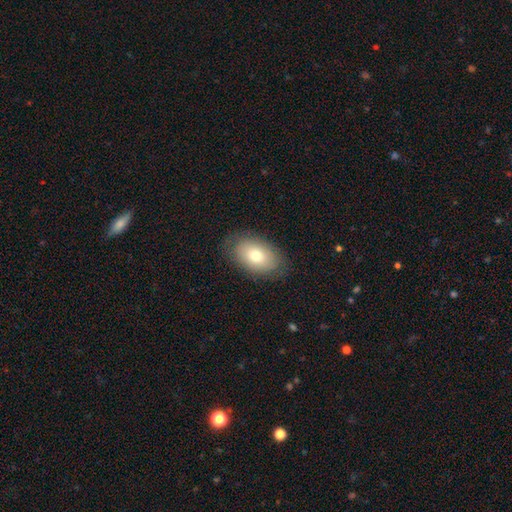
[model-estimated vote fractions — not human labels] Morphology: type=smooth (74%); roundness=in between (88%); merging=none (82%).